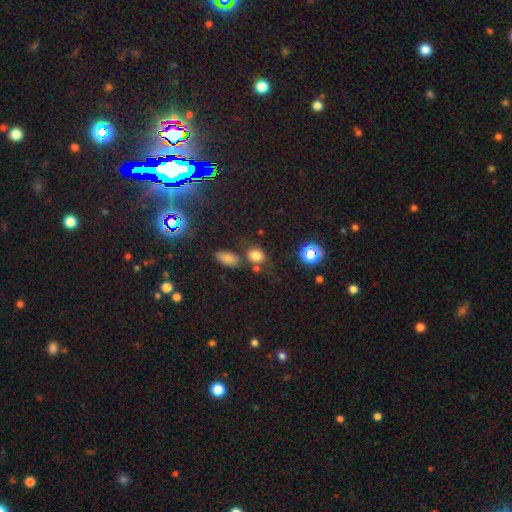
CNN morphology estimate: type=smooth (76%); roundness=in between (56%); merging=none (59%).